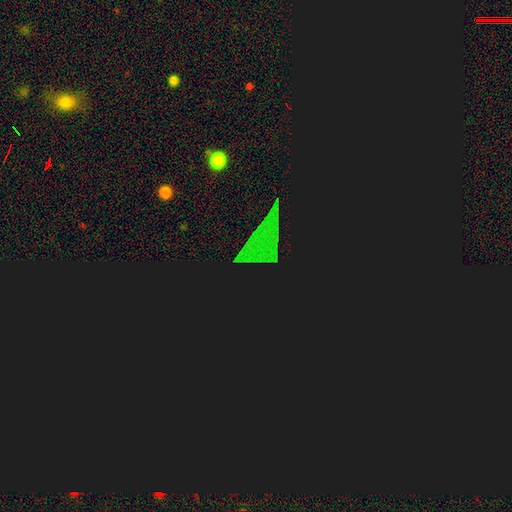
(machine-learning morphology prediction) Smooth or featured? star or artifact (80%)